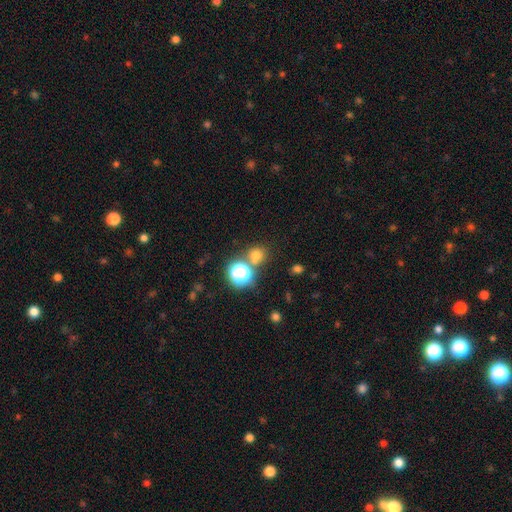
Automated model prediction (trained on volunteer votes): Q: Smooth or featured?
A: smooth (66%); runner-up: star or artifact (27%)
Q: How rounded?
A: round (86%); runner-up: in between (13%)
Q: Merging?
A: none (70%); runner-up: merger (18%)